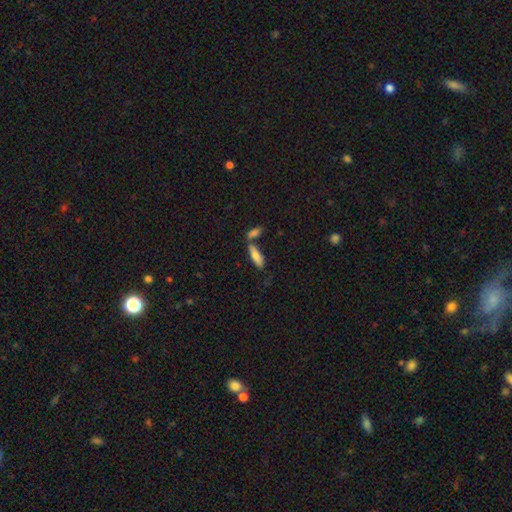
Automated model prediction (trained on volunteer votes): This is likely a smooth galaxy (75%). How rounded: possibly in between (53%). Merging: possibly none (58%).